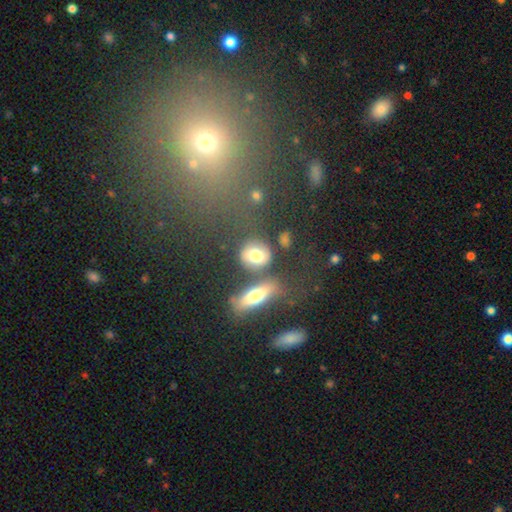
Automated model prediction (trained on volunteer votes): smooth 71%, featured or disk 19%, star or artifact 11%. Down the decision tree: how rounded — round (59%); merging — none (63%).